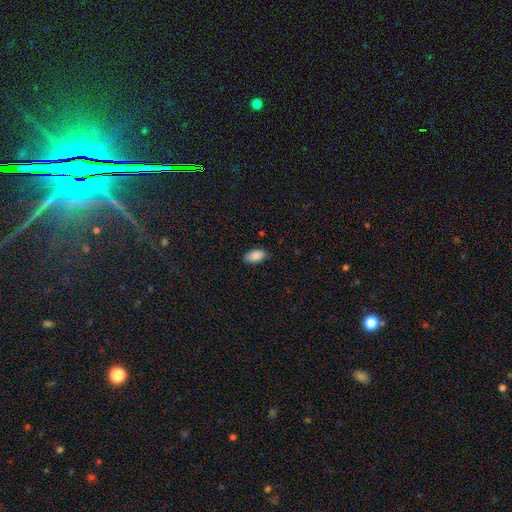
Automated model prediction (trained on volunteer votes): Smooth or featured? Predicted: smooth (p=0.88). How rounded? Predicted: in between (p=0.94). Merging? Predicted: none (p=0.83).